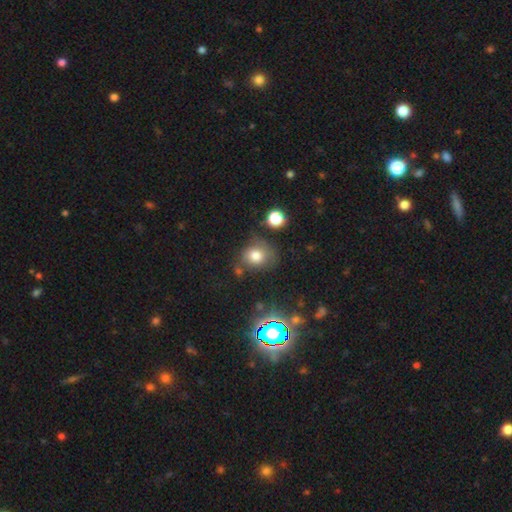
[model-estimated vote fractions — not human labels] Morphology: type=smooth (74%); roundness=round (66%); merging=none (60%).